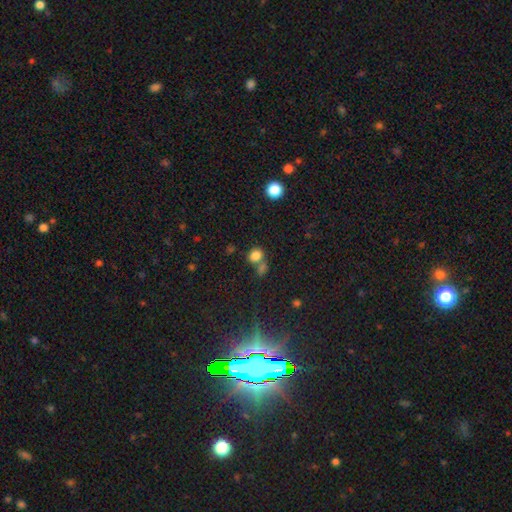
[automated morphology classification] smooth 80%, star or artifact 14%, featured or disk 6%. Down the decision tree: how rounded — round (67%); merging — none (50%).